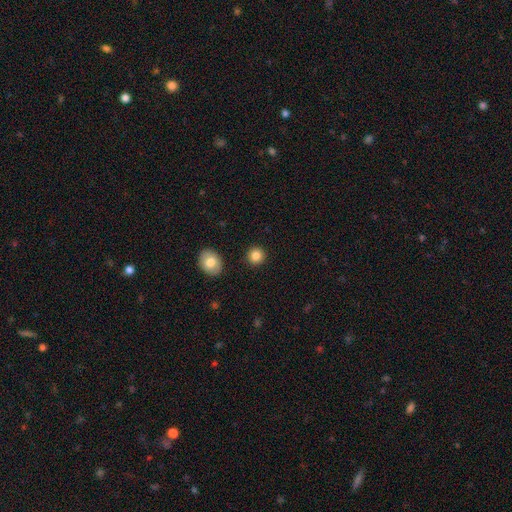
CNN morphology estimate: The model was most divided on "smooth or featured": smooth: 84%, star or artifact: 10%, featured or disk: 6%. More confident: how rounded — round (92%); merging — none (91%).